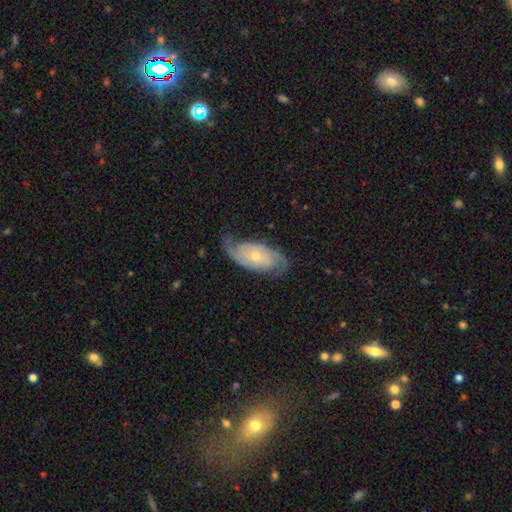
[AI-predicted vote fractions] Smooth or featured?
  - featured or disk: 83% *
  - smooth: 11%
  - star or artifact: 6%
Edge-on disk?
  - no: 95% *
  - yes: 5%
Bar?
  - no: 67% *
  - weak: 26%
  - strong: 7%
Spiral arms?
  - yes: 95% *
  - no: 5%
Spiral winding?
  - medium: 41% *
  - tight: 39%
  - loose: 20%
Spiral arm count?
  - 2: 85% *
  - can't tell: 7%
  - 3: 3%
  - 1: 2%
  - 4: 1%
  - more than 4: 1%
Bulge size?
  - small: 61% *
  - moderate: 34%
  - none: 2%
  - large: 2%
  - dominant: 1%
Merging?
  - none: 73% *
  - minor disturbance: 18%
  - major disturbance: 8%
  - merger: 1%